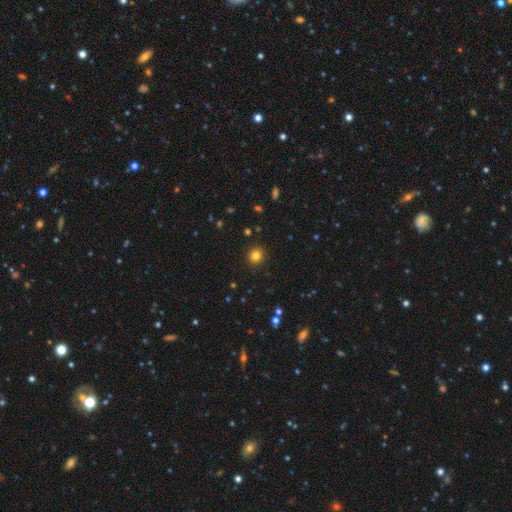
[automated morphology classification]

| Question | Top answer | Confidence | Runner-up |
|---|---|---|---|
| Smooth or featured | smooth | 81% | star or artifact (14%) |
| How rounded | round | 90% | in between (9%) |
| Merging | none | 91% | minor disturbance (6%) |